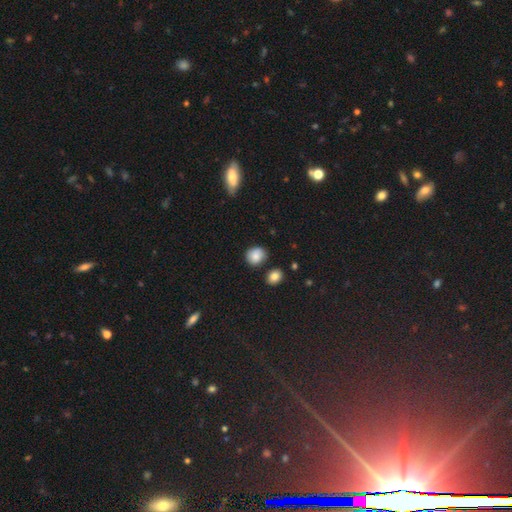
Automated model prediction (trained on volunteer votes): Smooth or featured?
  - smooth: 84% *
  - star or artifact: 9%
  - featured or disk: 7%
How rounded?
  - round: 75% *
  - in between: 24%
  - cigar-shaped: 1%
Merging?
  - none: 76% *
  - minor disturbance: 15%
  - merger: 5%
  - major disturbance: 3%